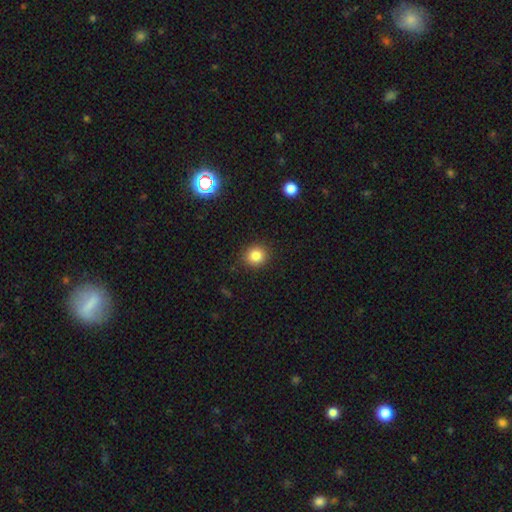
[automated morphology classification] This is clearly a smooth galaxy (84%). How rounded: clearly round (86%). Merging: clearly none (89%).